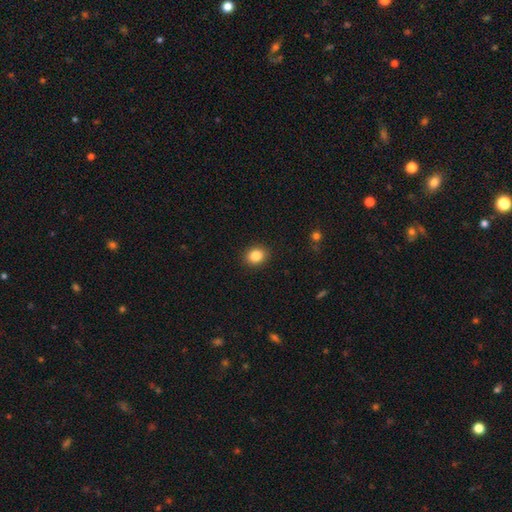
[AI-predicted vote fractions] smooth_or_featured: smooth (p=0.85) [alt: star or artifact p=0.10]
how_rounded: round (p=0.63) [alt: in between p=0.36]
merging: none (p=0.90) [alt: minor disturbance p=0.07]